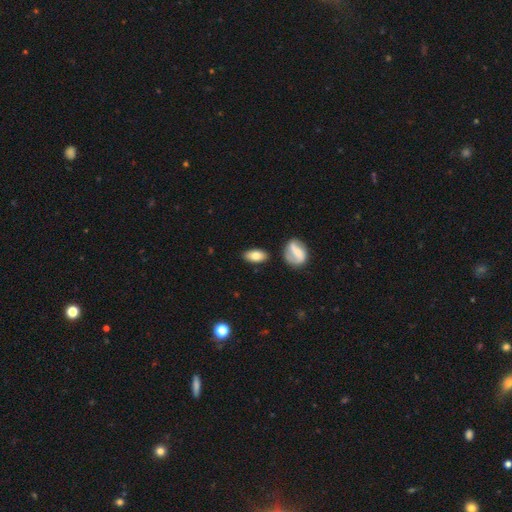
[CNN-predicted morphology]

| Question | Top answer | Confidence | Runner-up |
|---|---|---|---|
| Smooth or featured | smooth | 75% | featured or disk (18%) |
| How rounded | in between | 90% | round (6%) |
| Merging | none | 81% | minor disturbance (12%) |